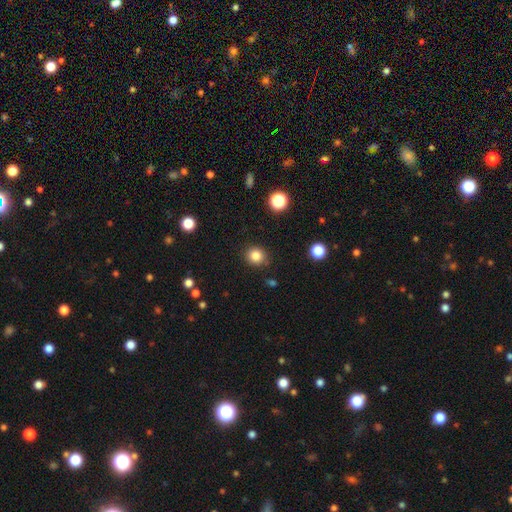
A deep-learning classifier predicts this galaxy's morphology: smooth_or_featured: smooth (p=0.84) [alt: star or artifact p=0.12]
how_rounded: round (p=0.86) [alt: in between p=0.13]
merging: none (p=0.88) [alt: minor disturbance p=0.08]